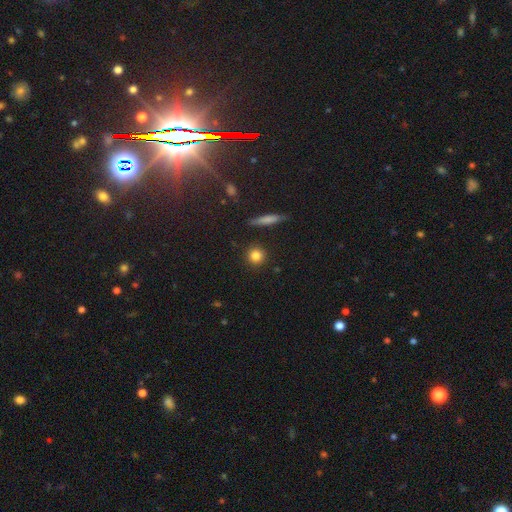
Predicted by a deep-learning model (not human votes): Smooth or featured? Predicted: smooth (p=0.83). How rounded? Predicted: round (p=0.90). Merging? Predicted: none (p=0.90).